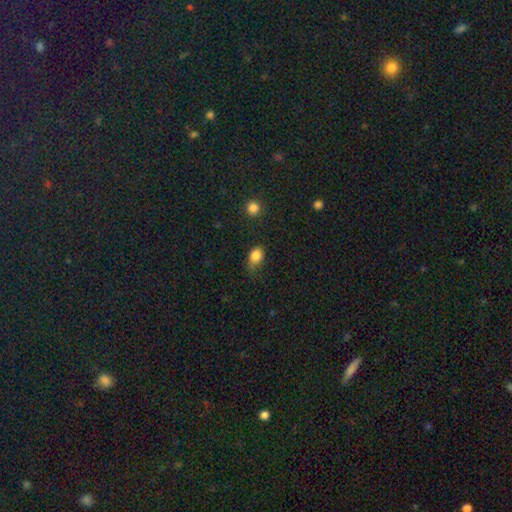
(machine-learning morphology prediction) A smooth galaxy with no disk features (84%) that is in between round and cigar-shaped (62%). Merging: none (56%).